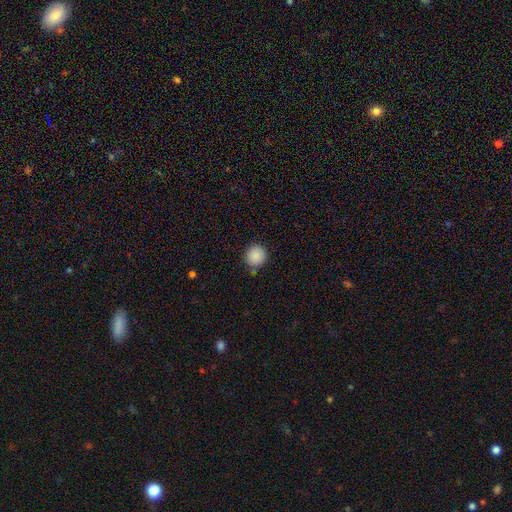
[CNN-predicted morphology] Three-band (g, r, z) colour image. It shows a smooth galaxy with no disk features (87%) that is round (92%). Merging: none (74%).